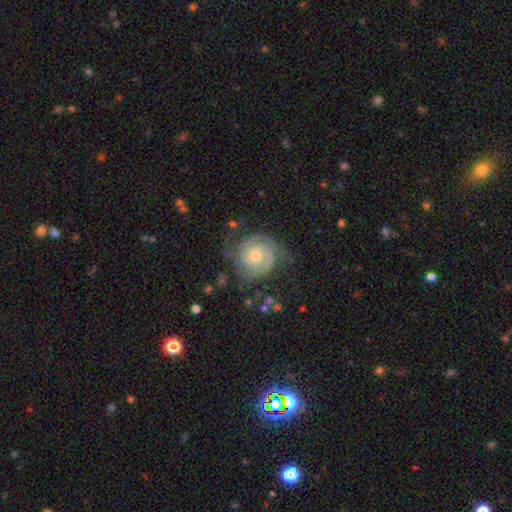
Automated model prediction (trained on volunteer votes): Smooth or featured: featured or disk — 84% (smooth — 11%)
Edge-on disk: no — 98% (yes — 2%)
Bar: no — 70% (weak — 25%)
Spiral arms: yes — 95% (no — 5%)
Spiral winding: tight — 67% (medium — 27%)
Spiral arm count: 2 — 53% (can't tell — 19%)
Bulge size: moderate — 55% (small — 40%)
Merging: none — 66% (minor disturbance — 21%)